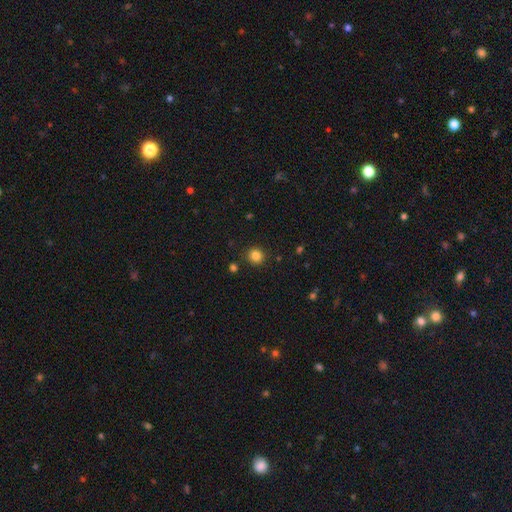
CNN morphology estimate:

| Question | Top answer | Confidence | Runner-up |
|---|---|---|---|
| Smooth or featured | smooth | 83% | star or artifact (12%) |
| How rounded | round | 92% | in between (7%) |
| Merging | none | 90% | minor disturbance (6%) |